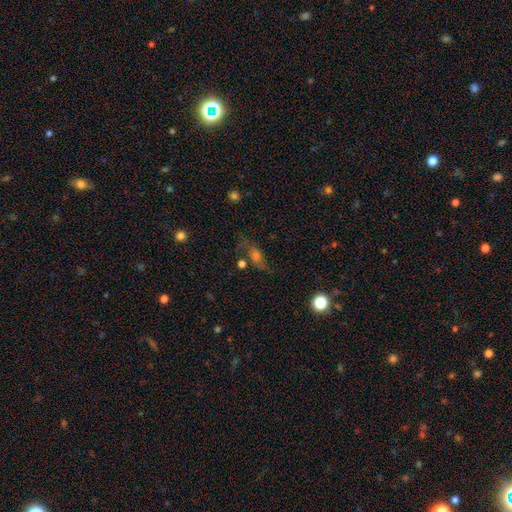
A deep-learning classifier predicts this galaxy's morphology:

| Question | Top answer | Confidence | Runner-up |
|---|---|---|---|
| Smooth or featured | featured or disk | 48% | smooth (30%) |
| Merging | none | 60% | minor disturbance (19%) |